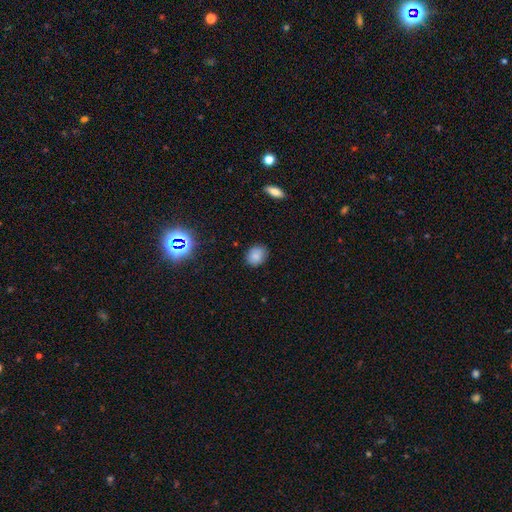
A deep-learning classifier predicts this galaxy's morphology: The model was most divided on "how rounded": round: 55%, in between: 44%, cigar-shaped: 1%. More confident: merging — none (81%); smooth or featured — smooth (81%).